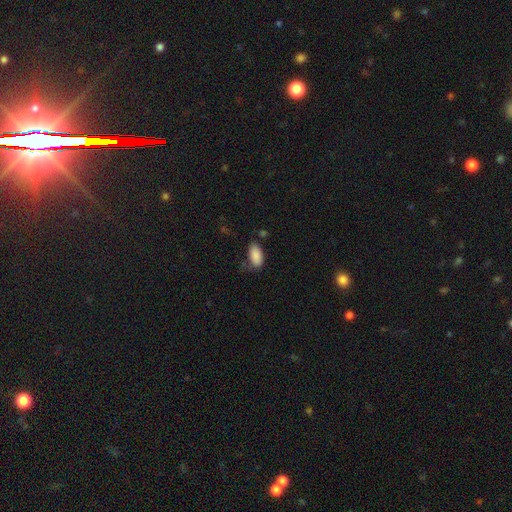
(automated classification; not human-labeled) This appears to be a smooth galaxy with no disk features (88%) that is in between round and cigar-shaped (95%). Merging: none (63%).